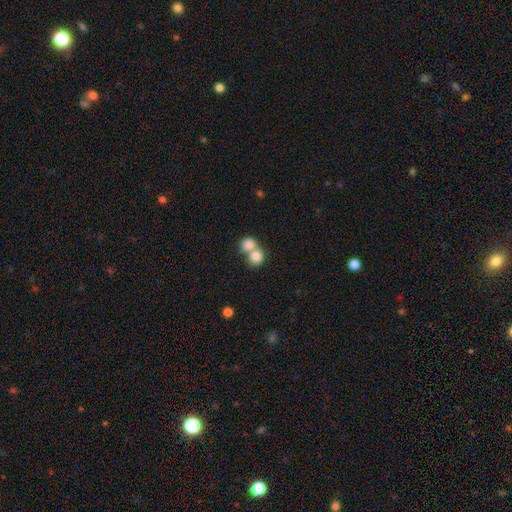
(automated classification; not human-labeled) Q: Smooth or featured?
A: smooth (81%); runner-up: featured or disk (11%)
Q: How rounded?
A: round (73%); runner-up: in between (26%)
Q: Merging?
A: merger (65%); runner-up: none (27%)